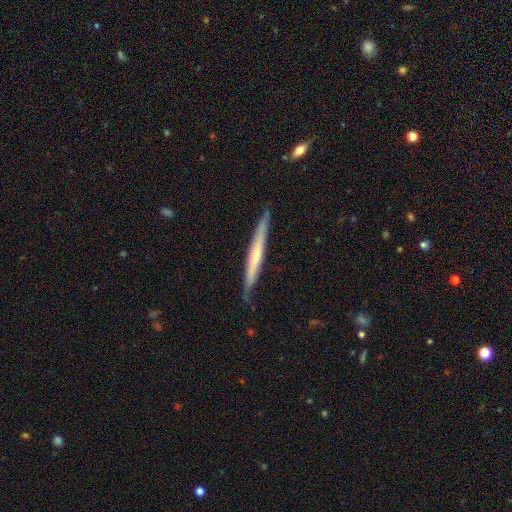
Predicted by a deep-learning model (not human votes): smooth_or_featured: featured or disk (p=0.55) [alt: smooth p=0.40]
disk_edge_on: yes (p=0.95) [alt: no p=0.05]
edge_on_bulge: none (p=0.61) [alt: rounded p=0.32]
merging: none (p=0.82) [alt: minor disturbance p=0.14]